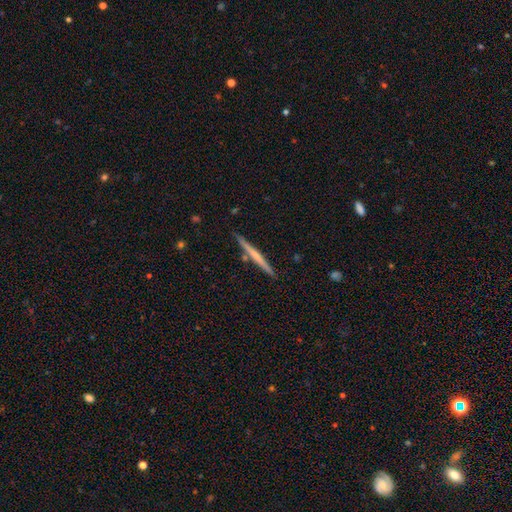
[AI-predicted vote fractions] Q: Smooth or featured?
A: featured or disk (55%); runner-up: smooth (40%)
Q: Edge-on disk?
A: yes (98%); runner-up: no (2%)
Q: Edge-on bulge?
A: none (64%); runner-up: rounded (30%)
Q: Merging?
A: none (87%); runner-up: minor disturbance (8%)